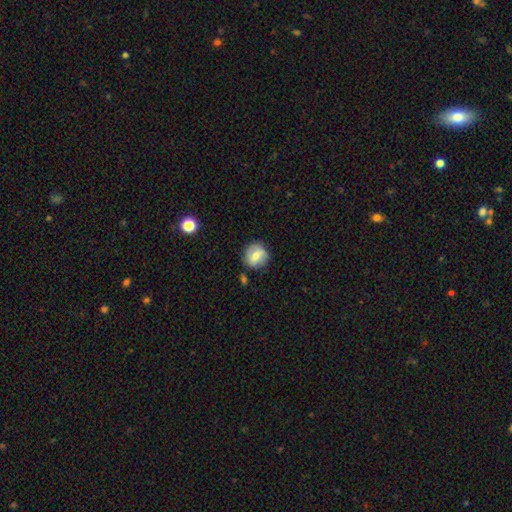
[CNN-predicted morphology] A smooth galaxy with no disk features (69%) that is round (87%).

Vote fractions:
- Smooth or featured? smooth: 69% / featured or disk: 23% / star or artifact: 8%
- How rounded? round: 87% / in between: 12% / cigar-shaped: 1%
- Merging? none: 77% / minor disturbance: 16% / major disturbance: 4% / merger: 3%